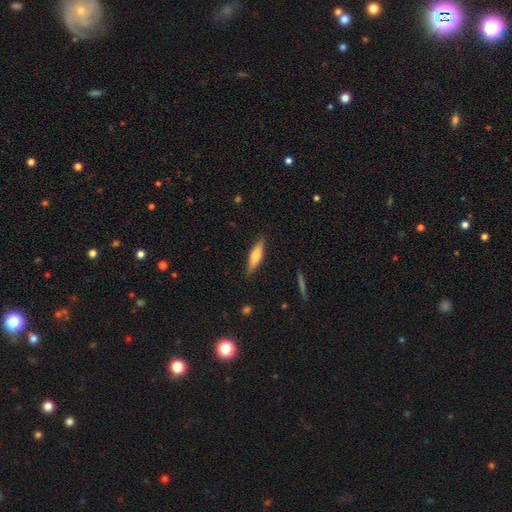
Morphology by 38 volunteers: A smooth galaxy with no disk features (63%) that is cigar-shaped (67%).

Vote fractions:
- Smooth or featured? smooth: 63% / featured or disk: 37% / star or artifact: 0%
- How rounded? cigar-shaped: 67% / in between: 33% / round: 0%
- Merging? none: 84% / minor disturbance: 13% / major disturbance: 3% / merger: 0%